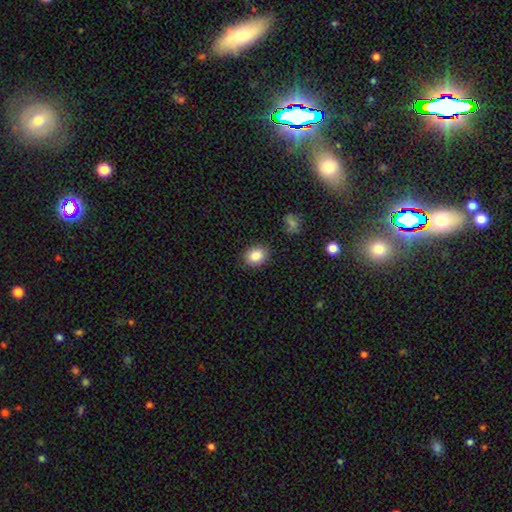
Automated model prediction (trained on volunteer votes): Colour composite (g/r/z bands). It shows a smooth galaxy with no disk features (86%) that is in between round and cigar-shaped (56%). Merging: none (86%).